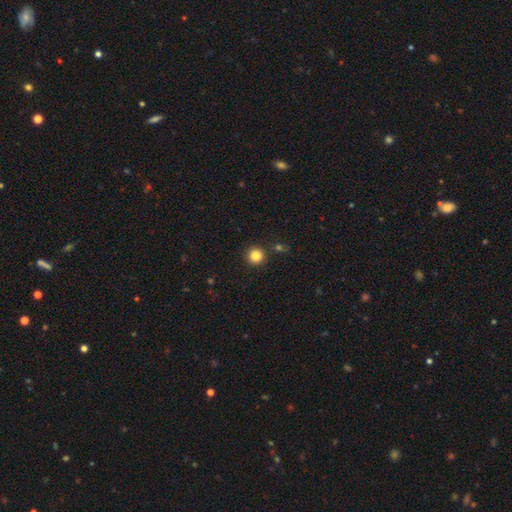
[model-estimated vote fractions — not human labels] A smooth galaxy with no disk features (84%) that is round (95%). Merging: none (90%).